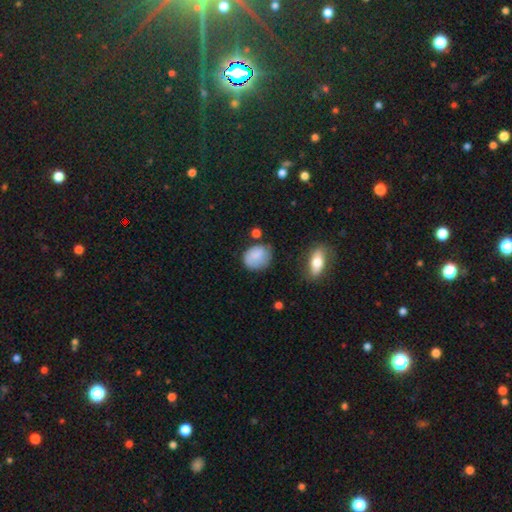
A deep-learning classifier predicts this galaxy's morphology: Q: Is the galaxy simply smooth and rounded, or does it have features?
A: smooth — 81%.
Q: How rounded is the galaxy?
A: round — 52%.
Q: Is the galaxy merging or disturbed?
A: none — 60%.